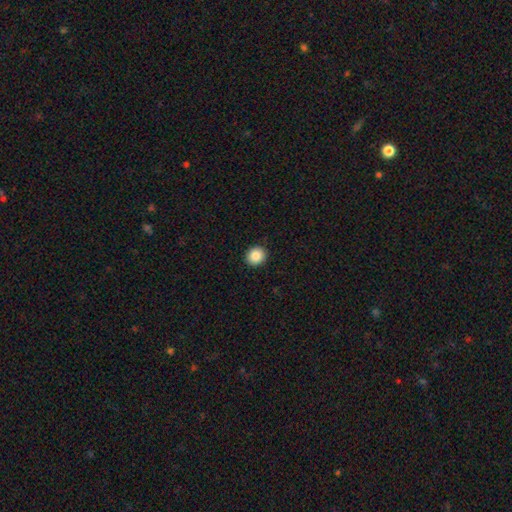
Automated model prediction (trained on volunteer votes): Overall: smooth (88%). How rounded: round (83%). Merging: none (92%).